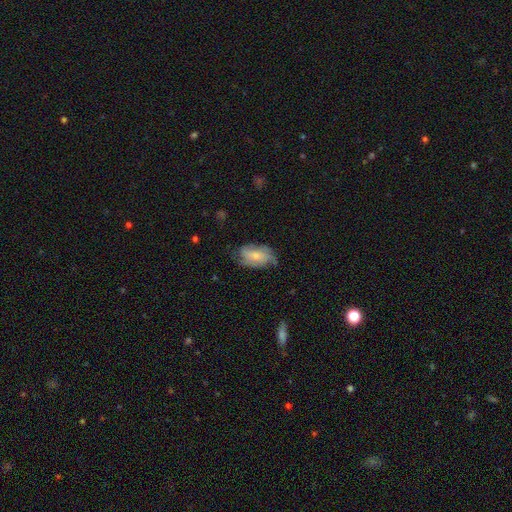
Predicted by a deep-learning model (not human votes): Smooth or featured?
  - smooth: 53% *
  - featured or disk: 40%
  - star or artifact: 7%
How rounded?
  - in between: 91% *
  - round: 5%
  - cigar-shaped: 4%
Merging?
  - none: 57% *
  - minor disturbance: 30%
  - major disturbance: 11%
  - merger: 2%